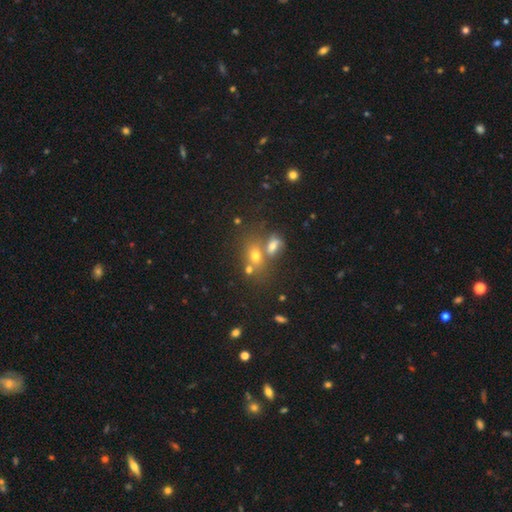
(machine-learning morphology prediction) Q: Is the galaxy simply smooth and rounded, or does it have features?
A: smooth — 56%.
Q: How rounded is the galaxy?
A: round — 51%.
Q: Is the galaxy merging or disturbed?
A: merger — 51%.